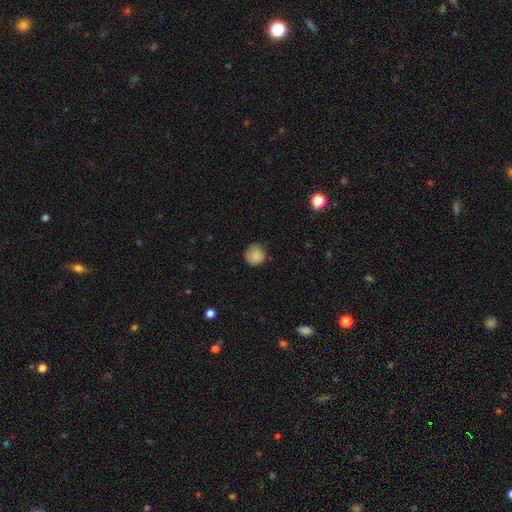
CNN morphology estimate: Smooth or featured? smooth (85%)
How rounded? round (89%)
Merging? none (71%)